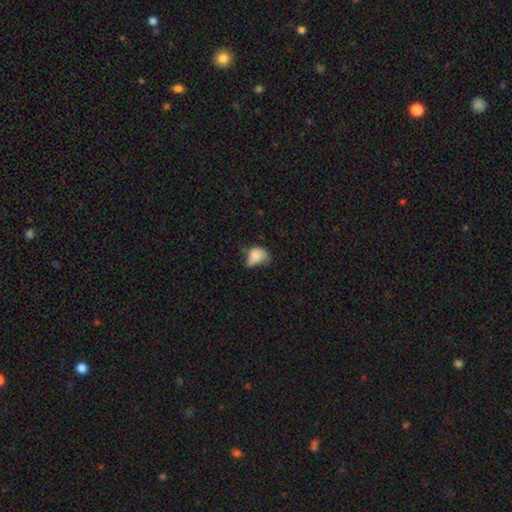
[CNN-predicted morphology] A smooth galaxy with no disk features (77%) that is in between round and cigar-shaped (66%). Merging: minor disturbance (40%).